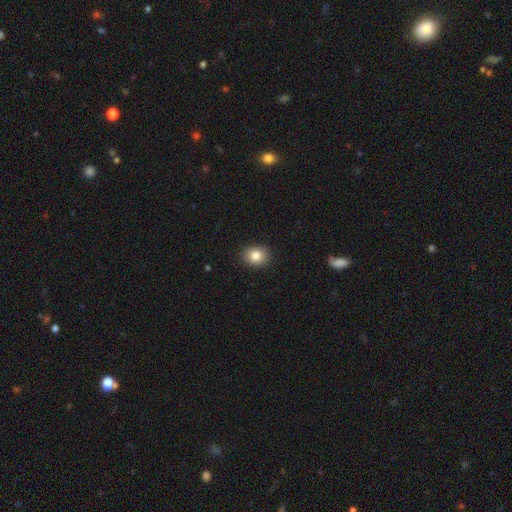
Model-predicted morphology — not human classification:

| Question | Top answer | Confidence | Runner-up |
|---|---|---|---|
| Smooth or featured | smooth | 84% | star or artifact (9%) |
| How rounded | round | 52% | in between (47%) |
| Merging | none | 90% | minor disturbance (7%) |